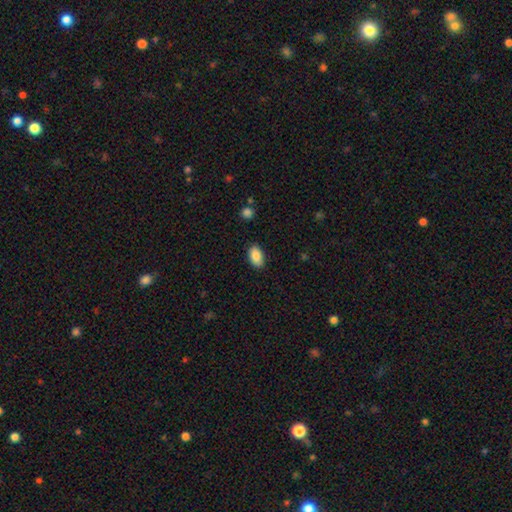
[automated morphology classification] Smooth or featured: smooth — 87% (star or artifact — 7%)
How rounded: in between — 93% (round — 5%)
Merging: none — 87% (minor disturbance — 10%)